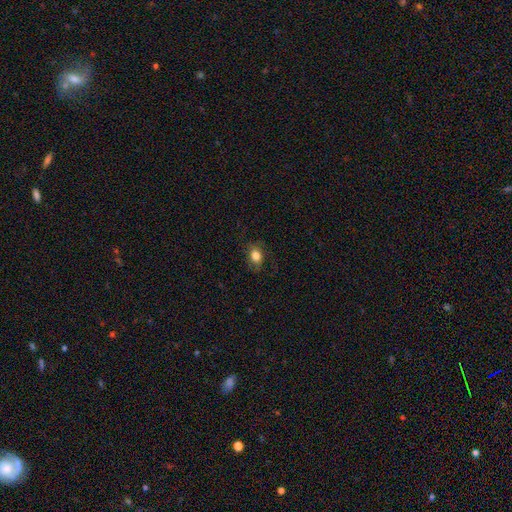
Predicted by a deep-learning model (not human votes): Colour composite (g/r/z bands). It shows a smooth galaxy with no disk features (81%) that is in between round and cigar-shaped (69%). Merging: none (77%).